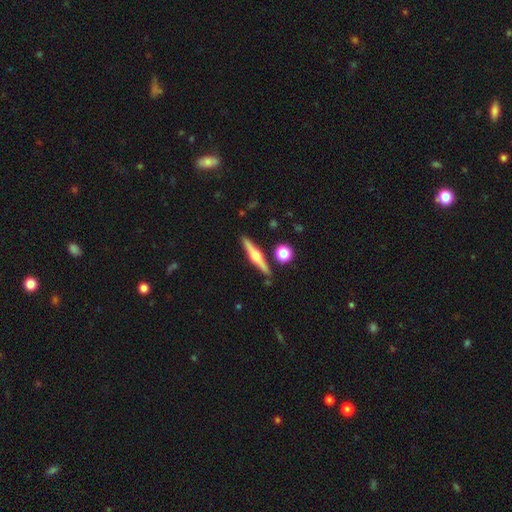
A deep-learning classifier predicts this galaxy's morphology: Smooth or featured? Predicted: featured or disk (p=0.71). Edge-on disk? Predicted: yes (p=0.98). Edge-on bulge? Predicted: rounded (p=0.91). Merging? Predicted: none (p=0.88).